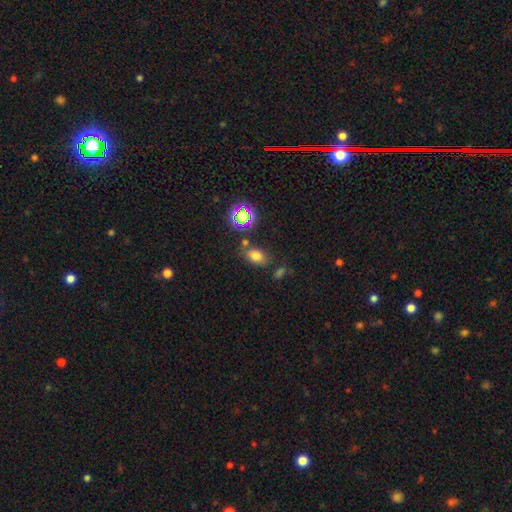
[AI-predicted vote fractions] A smooth galaxy with no disk features (71%) that is in between round and cigar-shaped (79%).

Vote fractions:
- Smooth or featured? smooth: 71% / star or artifact: 20% / featured or disk: 9%
- How rounded? in between: 79% / round: 19% / cigar-shaped: 2%
- Merging? none: 71% / minor disturbance: 14% / merger: 10% / major disturbance: 5%